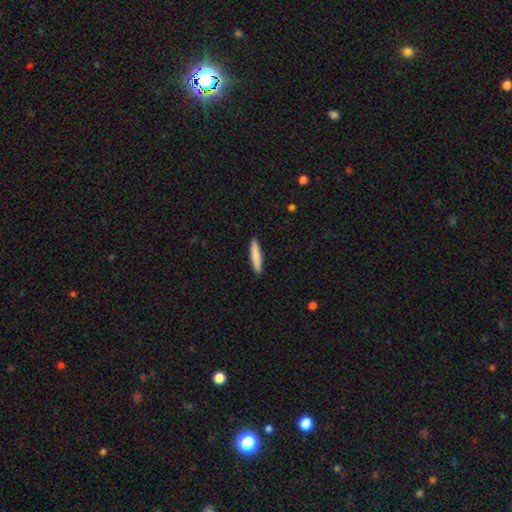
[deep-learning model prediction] Smooth or featured? smooth (83%)
How rounded? cigar-shaped (89%)
Merging? none (91%)